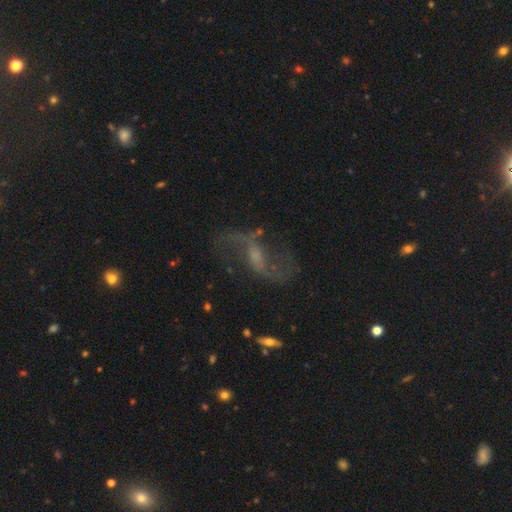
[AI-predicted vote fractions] Smooth or featured? featured or disk (78%)
Edge-on disk? no (94%)
Bar? weak (50%)
Spiral arms? yes (90%)
Spiral winding? loose (80%)
Spiral arm count? 2 (89%)
Bulge size? small (40%)
Merging? none (64%)